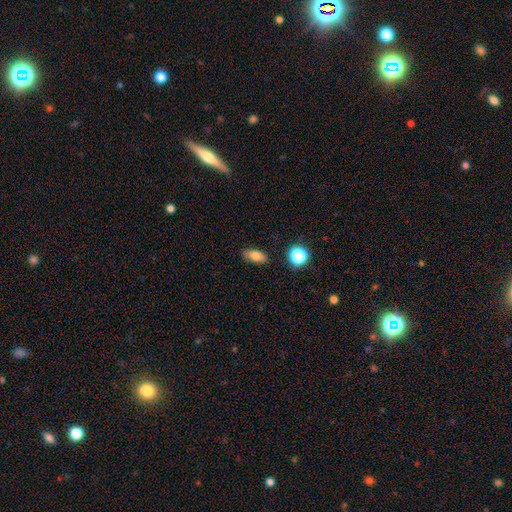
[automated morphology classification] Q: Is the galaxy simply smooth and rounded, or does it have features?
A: smooth — 77%.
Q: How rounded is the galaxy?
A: in between — 81%.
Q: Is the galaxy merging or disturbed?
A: none — 84%.